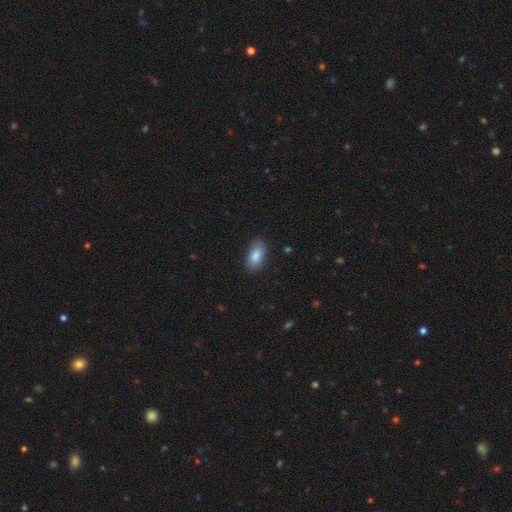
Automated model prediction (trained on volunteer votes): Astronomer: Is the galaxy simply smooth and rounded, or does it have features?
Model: smooth — 87%.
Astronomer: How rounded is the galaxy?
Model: in between — 92%.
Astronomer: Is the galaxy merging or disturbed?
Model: none — 85%.